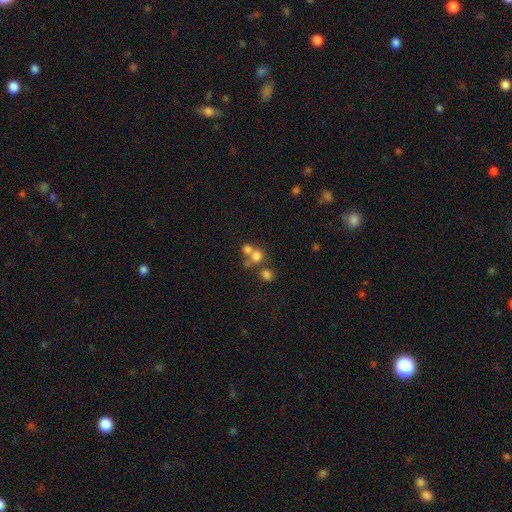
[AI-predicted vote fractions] Overall: smooth (68%). How rounded: round (78%). Merging: merger (50%; none 38%).